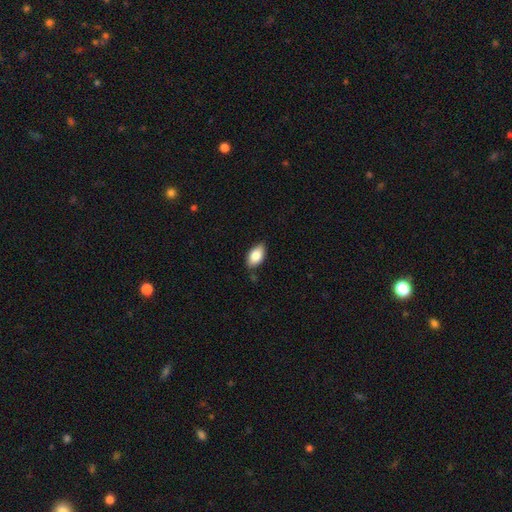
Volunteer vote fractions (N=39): This is likely a smooth galaxy (79%). How rounded: clearly in between (87%). Merging: likely none (61%).